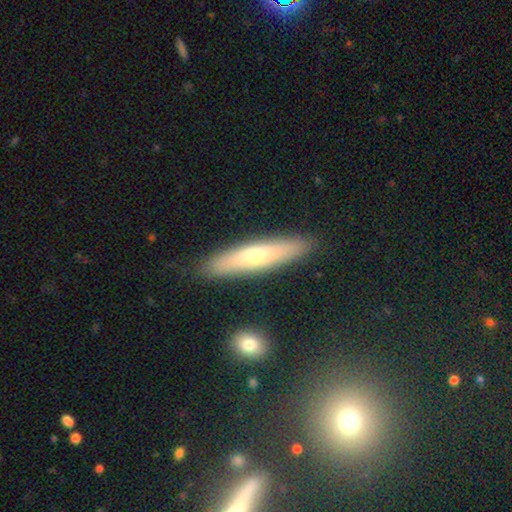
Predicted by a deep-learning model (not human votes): This is likely a smooth galaxy (63%). How rounded: clearly cigar-shaped (83%). Merging: clearly none (87%).